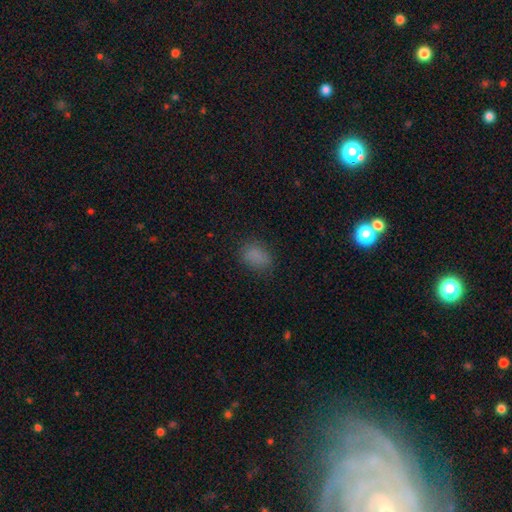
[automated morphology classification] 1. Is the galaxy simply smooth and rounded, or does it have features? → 81% smooth, 14% star or artifact, 5% featured or disk.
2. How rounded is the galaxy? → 79% in between, 19% round, 2% cigar-shaped.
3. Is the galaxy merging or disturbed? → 76% none, 17% minor disturbance, 6% major disturbance, 1% merger.